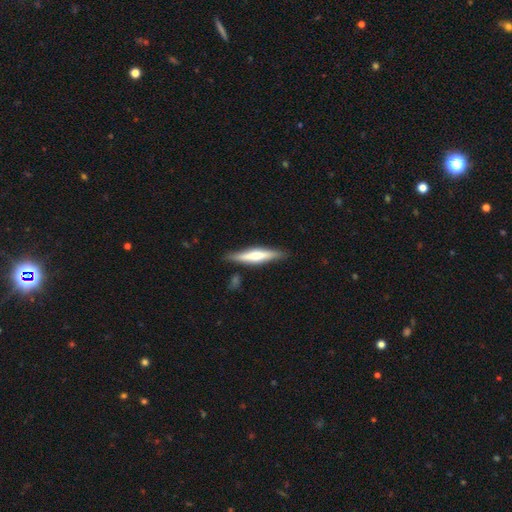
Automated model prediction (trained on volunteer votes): Smooth or featured?
  - featured or disk: 51% *
  - smooth: 44%
  - star or artifact: 6%
Edge-on disk?
  - yes: 94% *
  - no: 6%
Merging?
  - none: 85% *
  - minor disturbance: 11%
  - major disturbance: 2%
  - merger: 2%